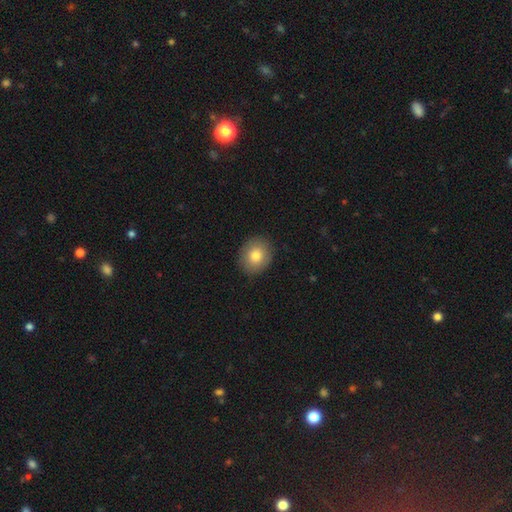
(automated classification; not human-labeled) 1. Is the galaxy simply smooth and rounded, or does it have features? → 80% smooth, 11% featured or disk, 9% star or artifact.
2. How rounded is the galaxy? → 70% round, 29% in between, 1% cigar-shaped.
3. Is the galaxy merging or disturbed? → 89% none, 8% minor disturbance, 2% major disturbance, 1% merger.